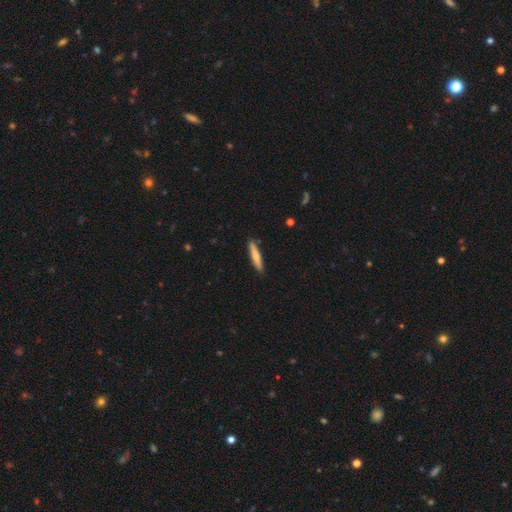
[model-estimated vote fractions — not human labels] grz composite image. It shows a smooth galaxy with no disk features (68%) that is cigar-shaped (91%). Merging: none (90%).